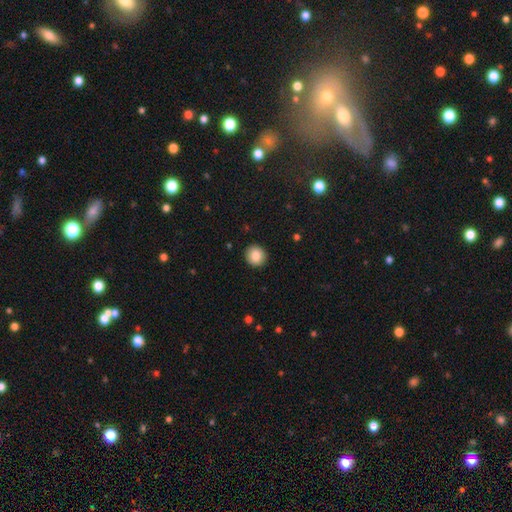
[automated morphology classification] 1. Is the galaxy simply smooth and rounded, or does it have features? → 86% smooth, 8% star or artifact, 6% featured or disk.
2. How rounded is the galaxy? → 90% round, 9% in between, 1% cigar-shaped.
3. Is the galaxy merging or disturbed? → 92% none, 6% minor disturbance, 2% major disturbance, 1% merger.